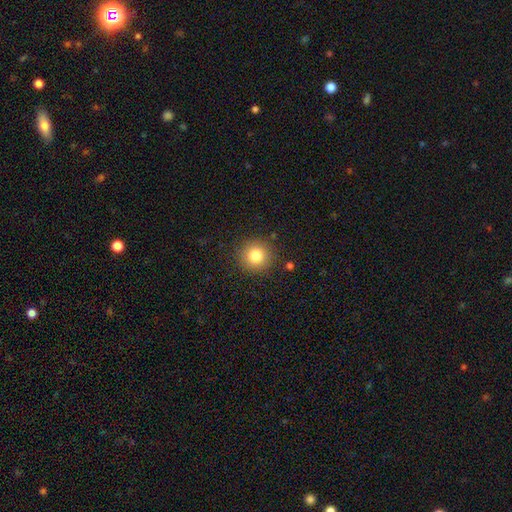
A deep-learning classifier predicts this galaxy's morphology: Overall: smooth (82%). How rounded: round (94%). Merging: none (89%).